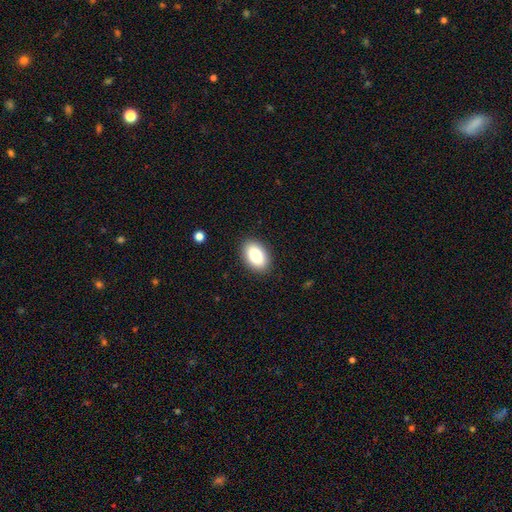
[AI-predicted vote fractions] Smooth or featured?
  - smooth: 83% *
  - featured or disk: 9%
  - star or artifact: 8%
How rounded?
  - in between: 89% *
  - round: 10%
  - cigar-shaped: 1%
Merging?
  - none: 89% *
  - minor disturbance: 8%
  - major disturbance: 2%
  - merger: 1%